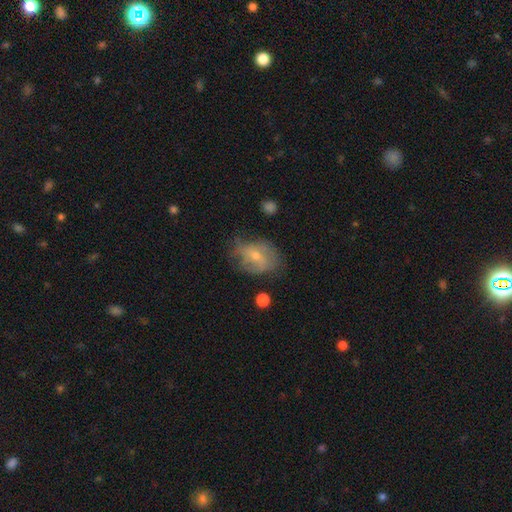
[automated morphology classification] This is possibly a featured or disk galaxy (58%). It is clearly not viewed edge-on (96%). Bar: likely no (64%). Spiral arm pattern: likely yes (67%). Central bulge: likely small (60%). Merging: possibly none (57%).